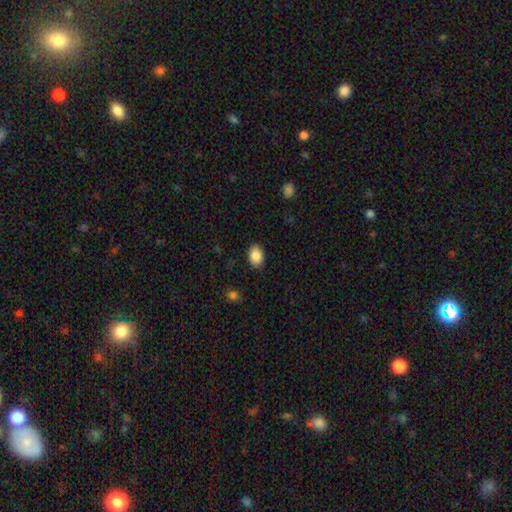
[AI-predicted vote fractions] Morphology: type=smooth (87%); roundness=in between (77%); merging=none (87%).